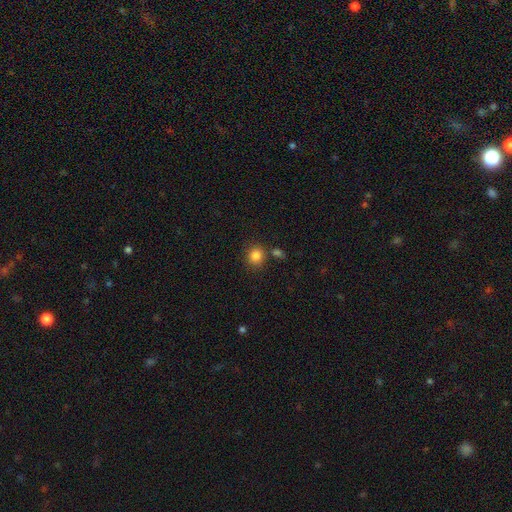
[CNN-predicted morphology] Smooth or featured?
  - smooth: 84% *
  - star or artifact: 11%
  - featured or disk: 5%
How rounded?
  - round: 84% *
  - in between: 15%
  - cigar-shaped: 1%
Merging?
  - none: 76% *
  - merger: 10%
  - minor disturbance: 10%
  - major disturbance: 3%